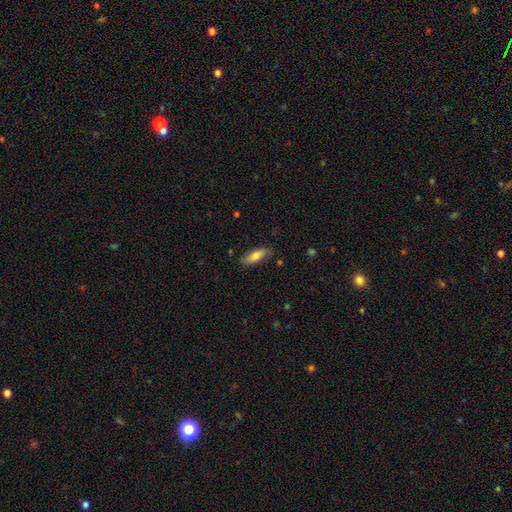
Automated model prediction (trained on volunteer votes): Morphology: type=smooth (70%); roundness=in between (58%); merging=none (80%).